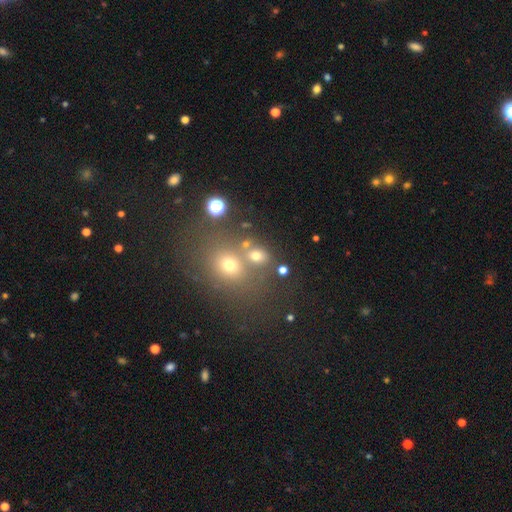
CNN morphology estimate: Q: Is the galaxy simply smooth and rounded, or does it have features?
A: smooth — 68%.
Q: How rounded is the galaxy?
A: round — 56%.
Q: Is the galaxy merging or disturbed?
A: none — 55%.